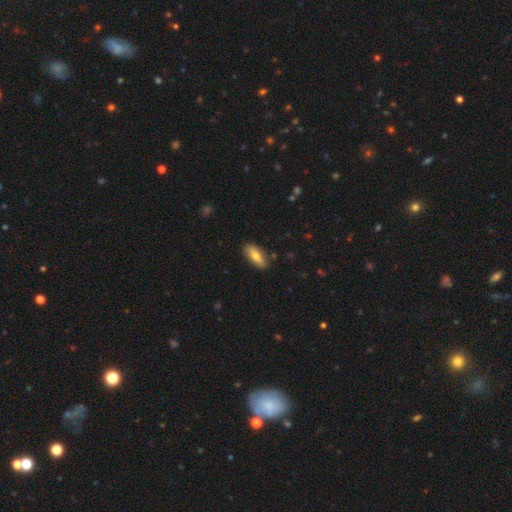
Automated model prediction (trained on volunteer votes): Morphology: type=smooth (71%); roundness=in between (74%); merging=none (86%).